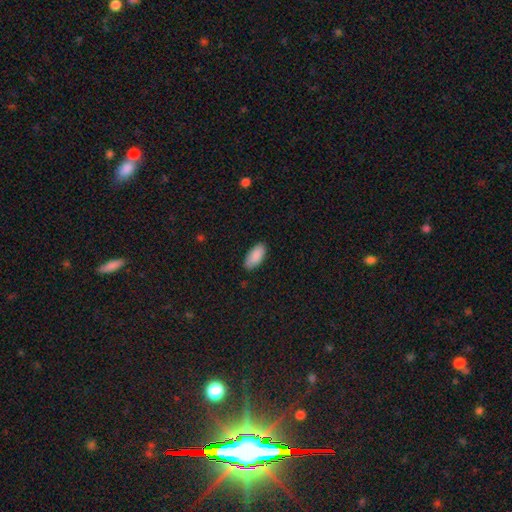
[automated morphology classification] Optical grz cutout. It shows a smooth galaxy with no disk features (90%) that is in between round and cigar-shaped (92%). Merging: none (86%).